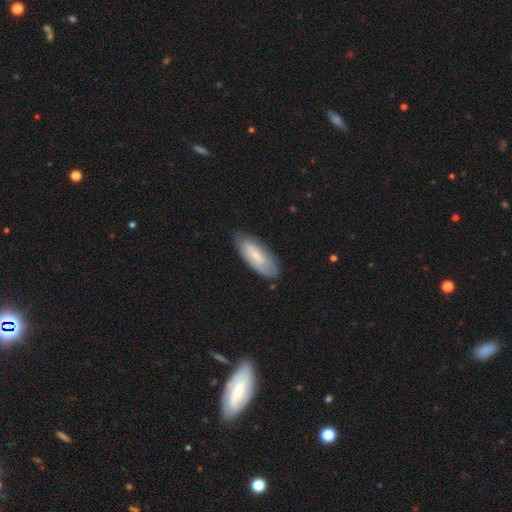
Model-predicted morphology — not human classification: This appears to be a smooth galaxy with no disk features (67%) that is in between round and cigar-shaped (76%). Merging: none (73%).